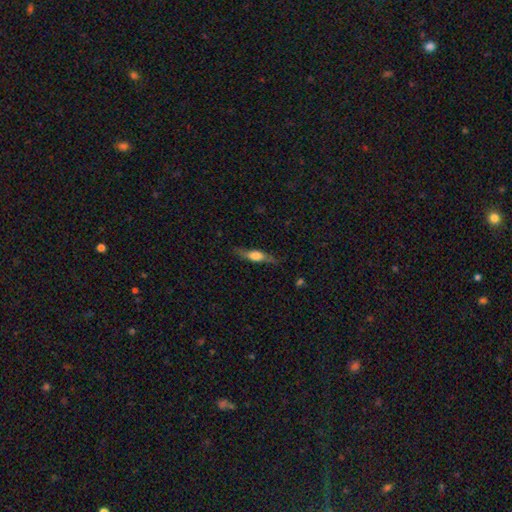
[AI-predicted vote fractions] A featured or disk galaxy (52%) viewed edge-on (91%). Merging: none (80%).